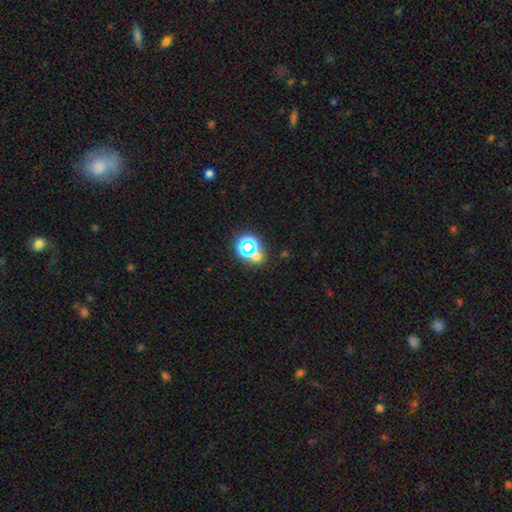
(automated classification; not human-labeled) This appears to be a star or artifact, not a galaxy (55%).